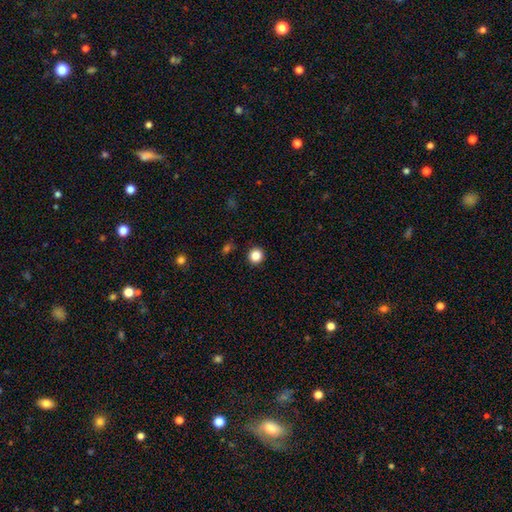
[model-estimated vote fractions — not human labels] Overall: smooth (86%). How rounded: round (94%). Merging: none (92%).